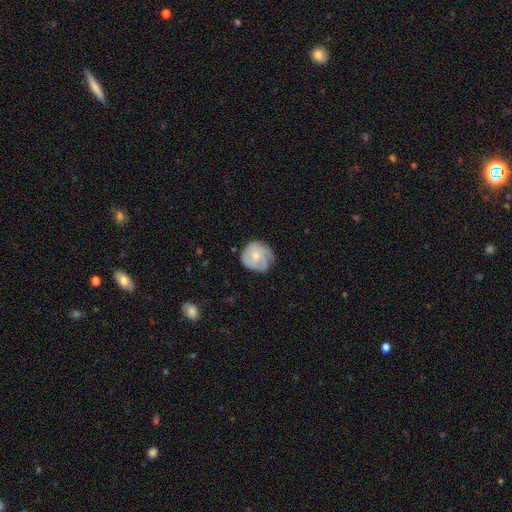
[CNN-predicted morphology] Smooth or featured? featured or disk (56%)
Edge-on disk? no (98%)
Bar? no (71%)
Spiral arms? yes (86%)
Bulge size? small (52%)
Merging? none (66%)